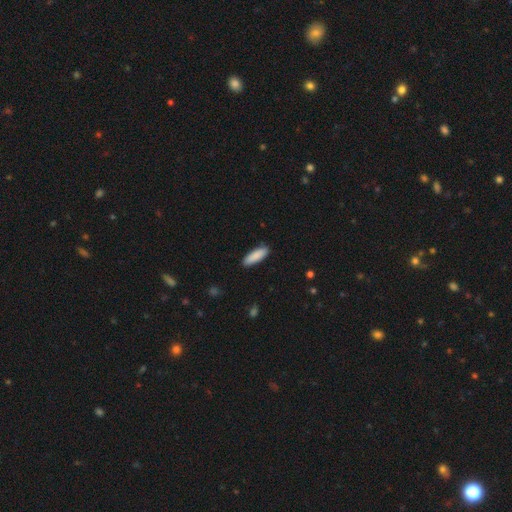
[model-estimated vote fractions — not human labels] A smooth galaxy with no disk features (89%) that is in between round and cigar-shaped (52%). Merging: none (88%).